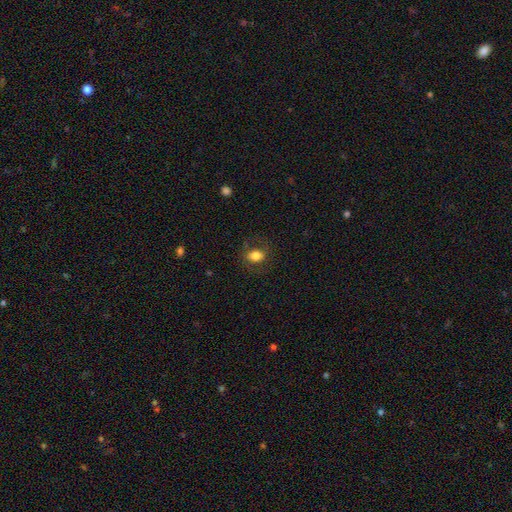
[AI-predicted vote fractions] Smooth or featured? smooth (74%)
How rounded? in between (64%)
Merging? none (75%)